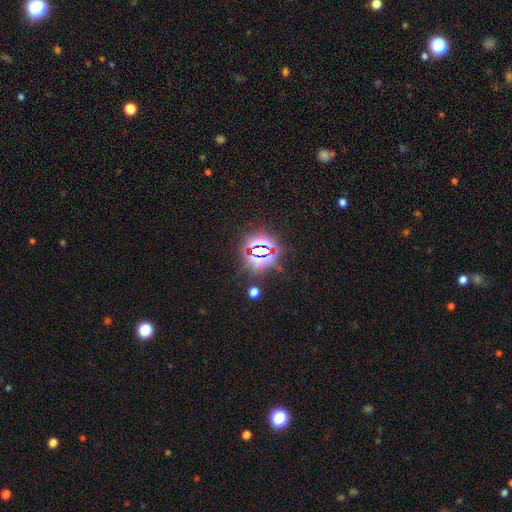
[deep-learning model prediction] star or artifact 78%, smooth 14%, featured or disk 8%.